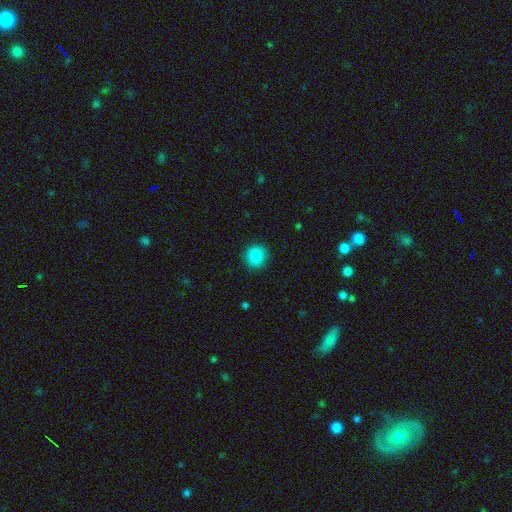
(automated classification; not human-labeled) This is clearly a smooth galaxy (88%). How rounded: clearly round (90%). Merging: clearly none (89%).